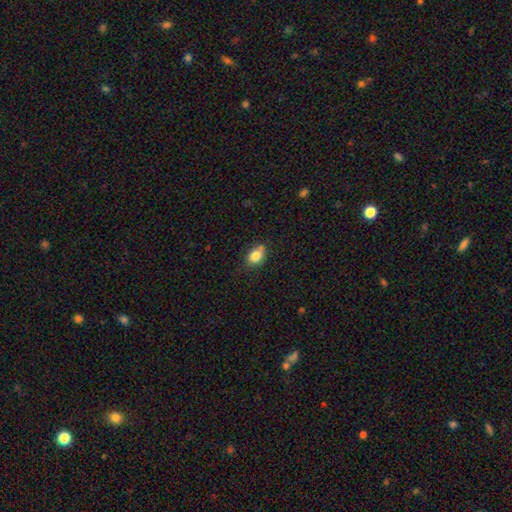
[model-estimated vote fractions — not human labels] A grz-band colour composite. It shows a smooth galaxy with no disk features (82%) that is in between round and cigar-shaped (66%). Merging: none (68%).